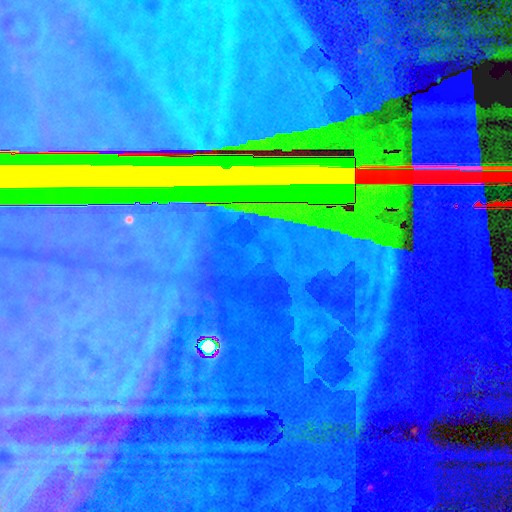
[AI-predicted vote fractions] star or artifact 86%, featured or disk 8%, smooth 6%.